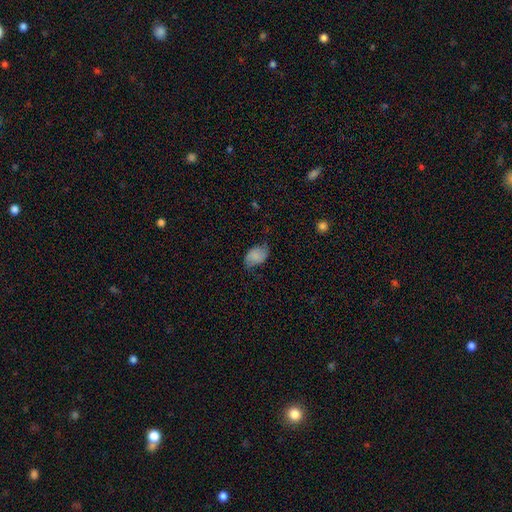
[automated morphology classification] Overall: smooth (66%). How rounded: in between (85%). Merging: none (59%; minor disturbance 29%).